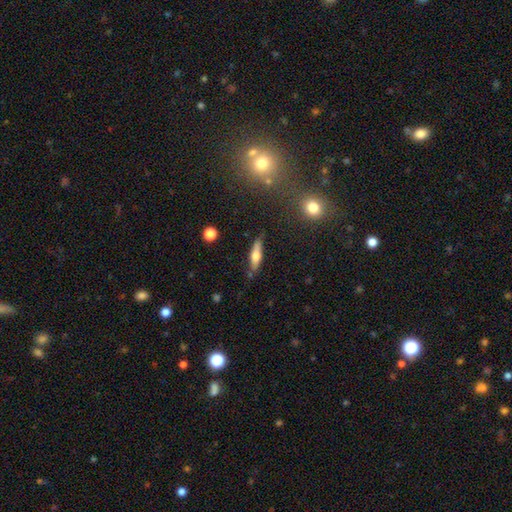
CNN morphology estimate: This is possibly a smooth galaxy (52%). How rounded: likely cigar-shaped (67%). Merging: likely none (79%).